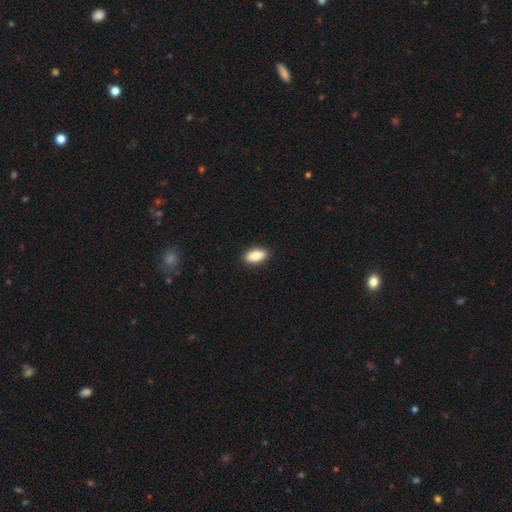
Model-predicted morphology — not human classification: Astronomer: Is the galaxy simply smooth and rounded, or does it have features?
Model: smooth — 87%.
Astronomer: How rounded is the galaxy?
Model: in between — 89%.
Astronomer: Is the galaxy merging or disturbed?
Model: none — 89%.